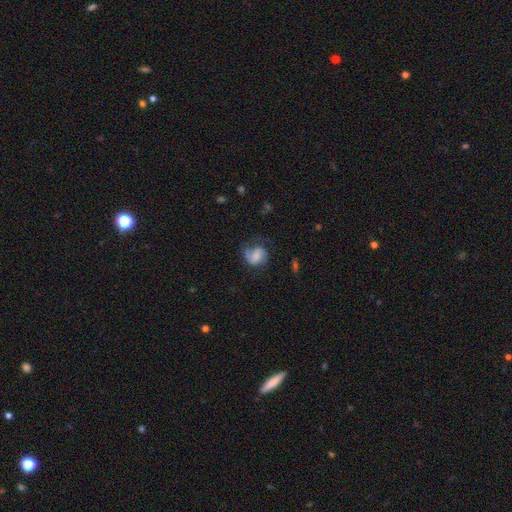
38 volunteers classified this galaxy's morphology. Volunteers were most divided on "bar": no: 45%, weak: 40%, strong: 15%. Remaining: edge-on disk — no (95%); spiral arms — yes (90%); smooth or featured — featured or disk (55%); spiral arm count — 2 (50%); merging — none (50%); spiral winding — medium (44%); bulge size — none (30%).